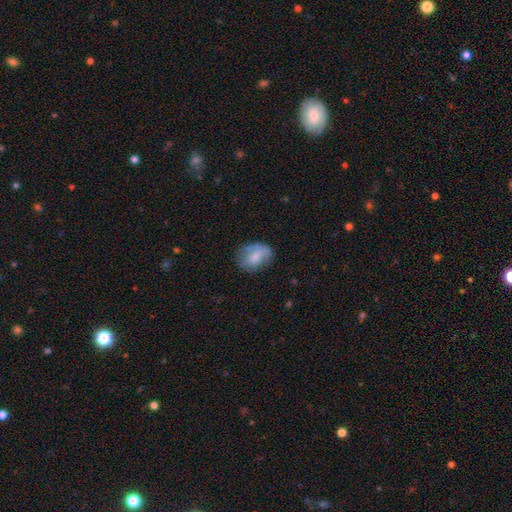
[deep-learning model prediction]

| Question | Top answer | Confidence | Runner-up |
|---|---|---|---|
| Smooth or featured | smooth | 66% | featured or disk (26%) |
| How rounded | in between | 72% | round (27%) |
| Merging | none | 59% | minor disturbance (27%) |